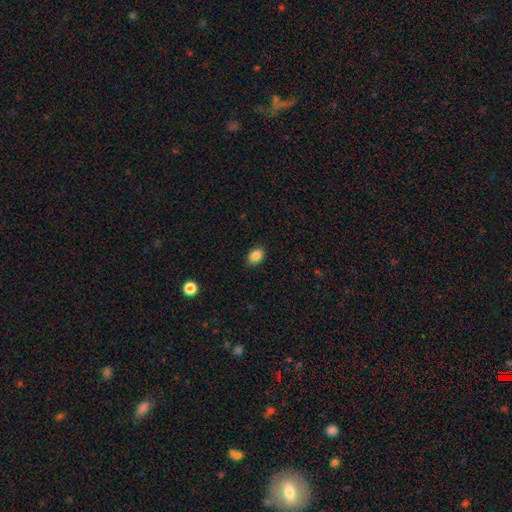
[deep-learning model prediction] smooth 87%, star or artifact 9%, featured or disk 4%. Down the decision tree: how rounded — in between (71%); merging — none (79%).